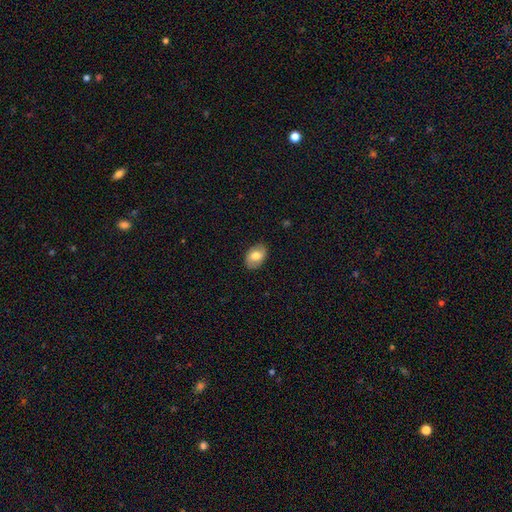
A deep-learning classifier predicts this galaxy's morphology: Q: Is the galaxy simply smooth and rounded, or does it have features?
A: smooth — 70%.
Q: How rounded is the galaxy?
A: in between — 84%.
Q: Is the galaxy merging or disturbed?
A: none — 85%.